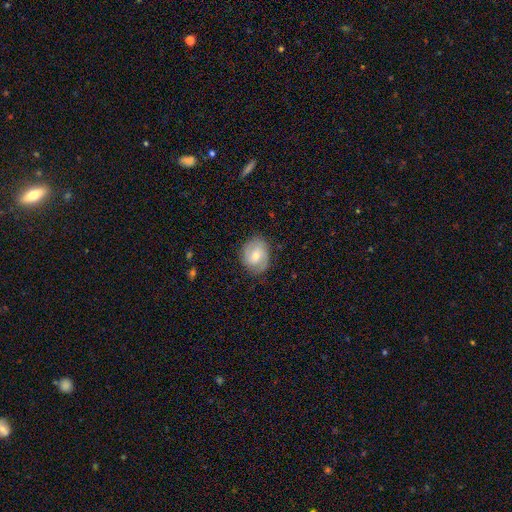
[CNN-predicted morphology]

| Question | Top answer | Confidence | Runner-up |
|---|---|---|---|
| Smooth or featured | featured or disk | 62% | smooth (31%) |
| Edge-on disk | no | 97% | yes (3%) |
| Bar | no | 47% | weak (43%) |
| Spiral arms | yes | 89% | no (11%) |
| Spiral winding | tight | 44% | medium (41%) |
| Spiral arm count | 2 | 77% | can't tell (12%) |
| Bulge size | moderate | 60% | small (35%) |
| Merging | none | 79% | minor disturbance (16%) |